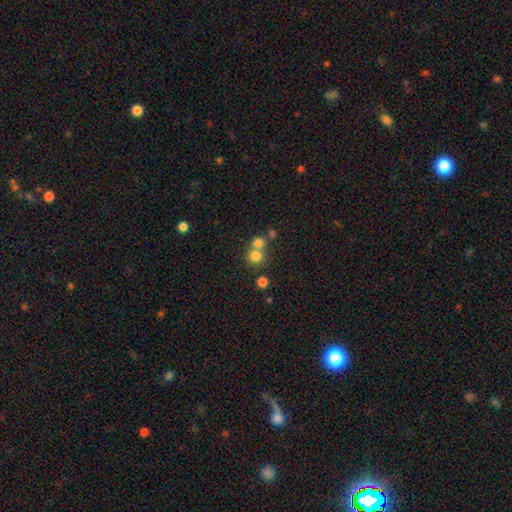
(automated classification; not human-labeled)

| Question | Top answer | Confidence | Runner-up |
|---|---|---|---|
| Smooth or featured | smooth | 76% | star or artifact (14%) |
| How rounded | round | 88% | in between (11%) |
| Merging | none | 49% | merger (43%) |